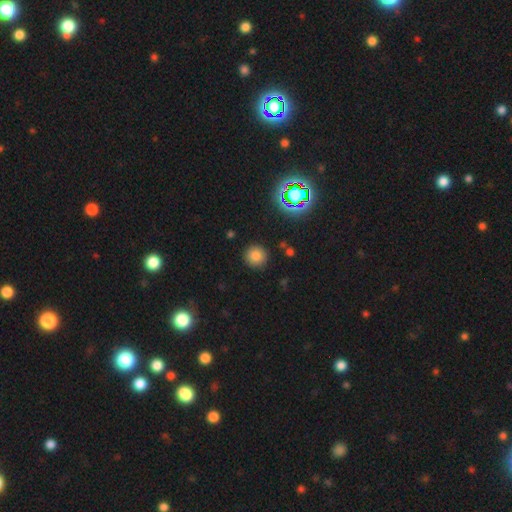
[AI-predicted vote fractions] This is likely a smooth galaxy (76%). How rounded: clearly round (94%). Merging: clearly none (90%).